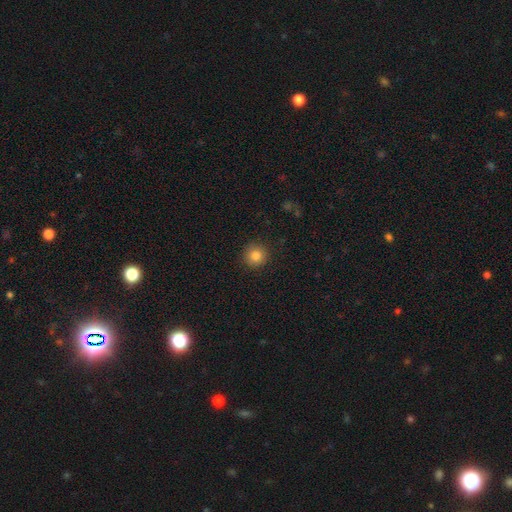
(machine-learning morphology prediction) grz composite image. It shows a smooth galaxy with no disk features (83%) that is round (95%). Merging: none (91%).